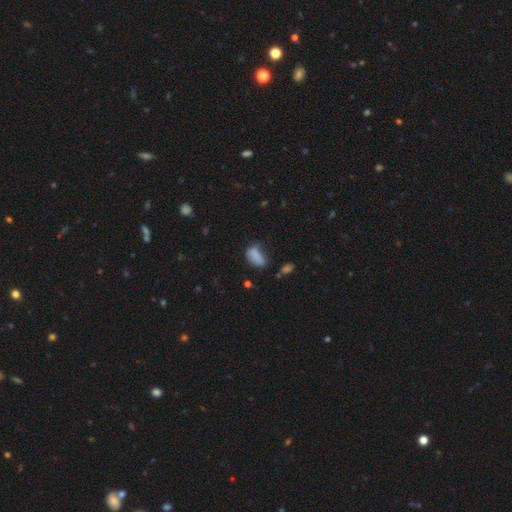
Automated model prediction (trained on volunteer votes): Smooth or featured? smooth (78%)
How rounded? in between (87%)
Merging? none (37%)